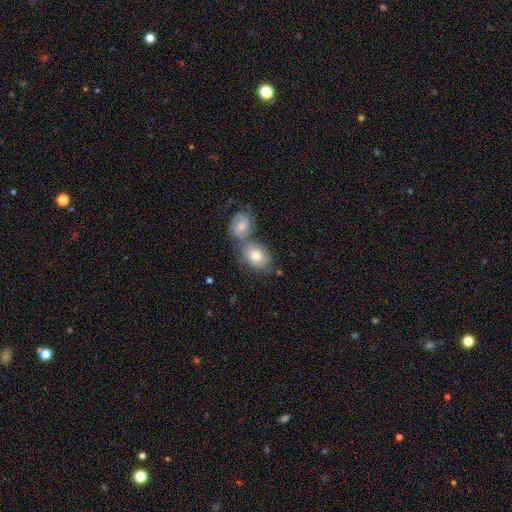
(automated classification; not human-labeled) Smooth or featured: smooth — 70% (featured or disk — 23%)
How rounded: in between — 64% (round — 35%)
Merging: merger — 43% (none — 38%)